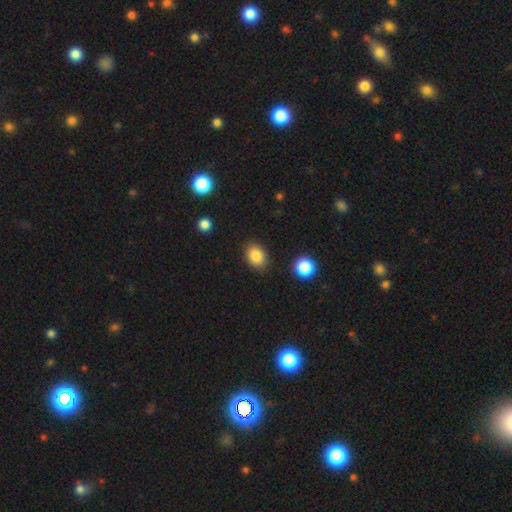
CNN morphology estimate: This appears to be a smooth galaxy with no disk features (86%) that is in between round and cigar-shaped (68%). Merging: none (85%).